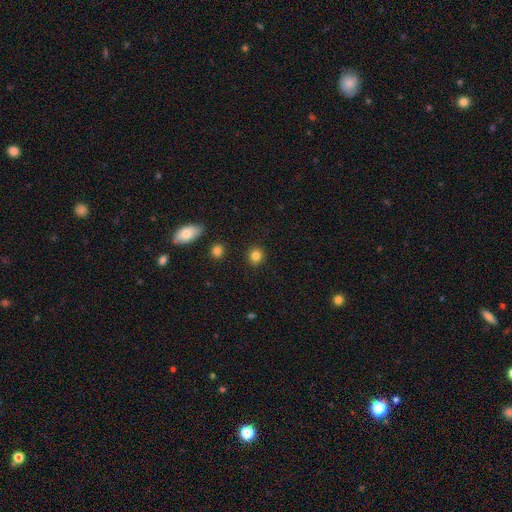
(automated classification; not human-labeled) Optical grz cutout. It shows a smooth galaxy with no disk features (84%) that is round (88%). Merging: none (90%).